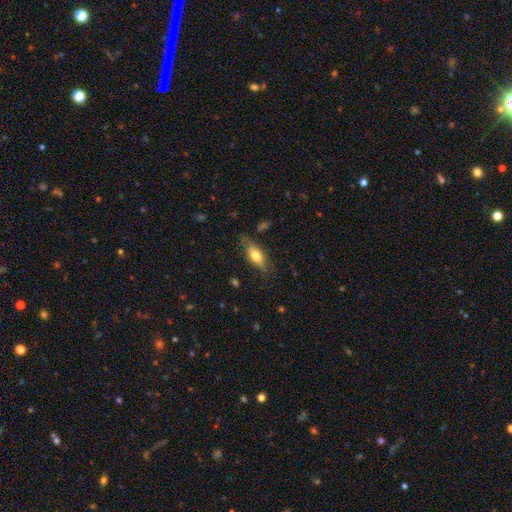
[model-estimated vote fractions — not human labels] The model was most divided on "smooth or featured": smooth: 66%, featured or disk: 27%, star or artifact: 7%. More confident: merging — none (72%); how rounded — in between (71%).